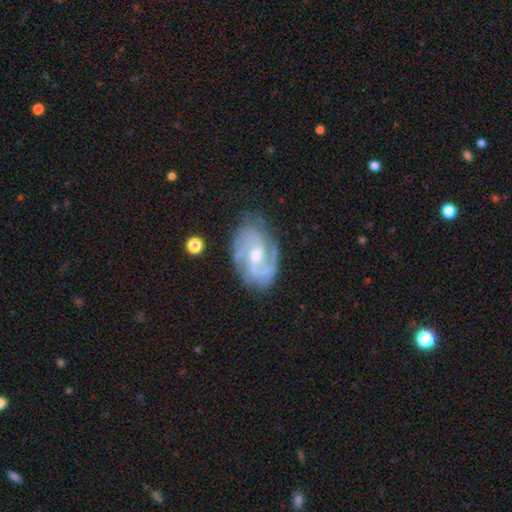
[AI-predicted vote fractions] The model was most divided on "spiral winding": tight: 45%, medium: 44%, loose: 11%. Remaining: edge-on disk — no (97%); spiral arms — yes (96%); smooth or featured — featured or disk (88%); merging — none (74%); bulge size — moderate (55%); bar — no (47%); spiral arm count — 2 (41%).